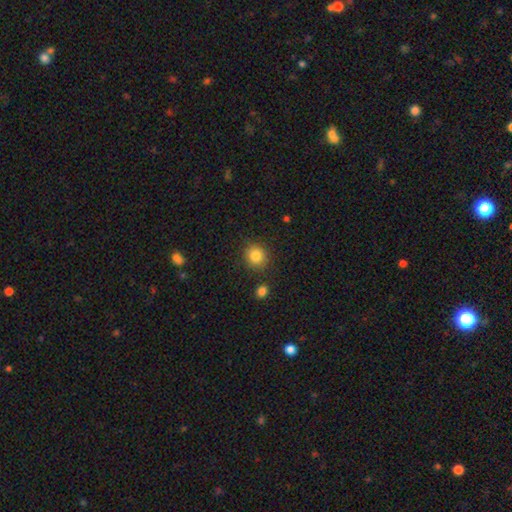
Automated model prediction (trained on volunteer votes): Smooth or featured?
  - smooth: 84% *
  - star or artifact: 10%
  - featured or disk: 6%
How rounded?
  - round: 85% *
  - in between: 14%
  - cigar-shaped: 1%
Merging?
  - none: 86% *
  - minor disturbance: 8%
  - merger: 3%
  - major disturbance: 3%